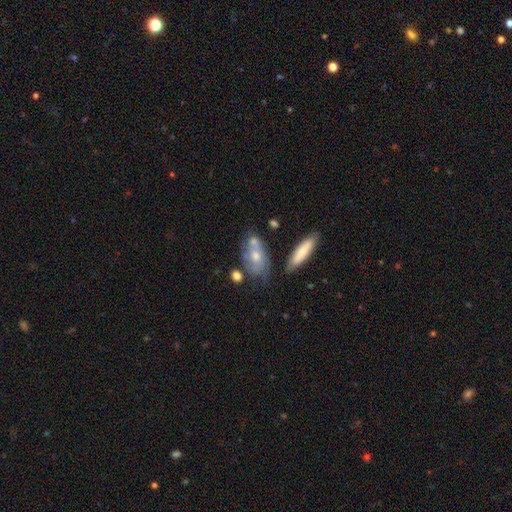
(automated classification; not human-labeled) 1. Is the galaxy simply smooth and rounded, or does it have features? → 46% featured or disk, 43% smooth, 10% star or artifact.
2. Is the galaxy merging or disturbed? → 52% none, 20% minor disturbance, 20% merger, 8% major disturbance.